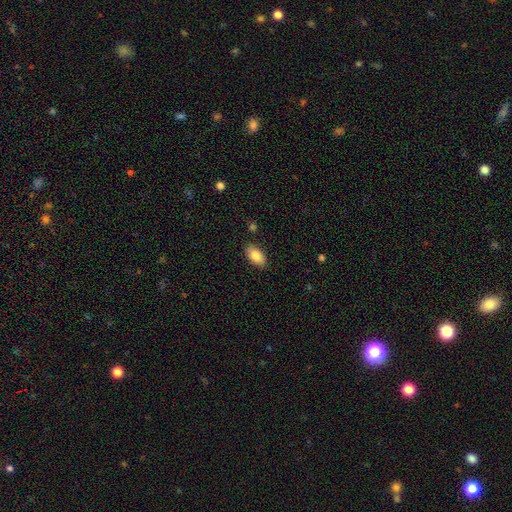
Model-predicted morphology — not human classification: smooth-or-featured: smooth: 84% | featured or disk: 9% | star or artifact: 7%
  how-rounded: in between: 93% | cigar-shaped: 4% | round: 3%
  merging: none: 86% | minor disturbance: 10% | major disturbance: 2% | merger: 2%